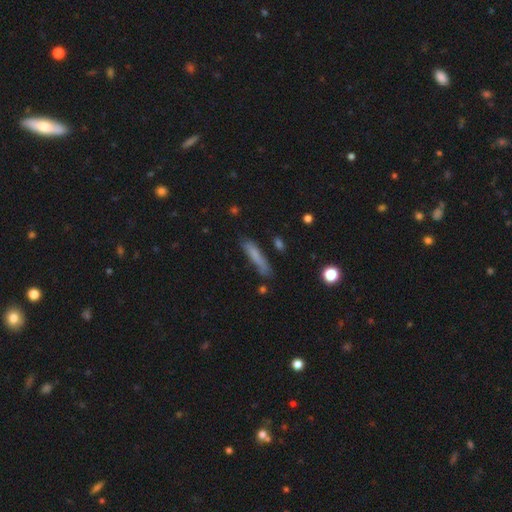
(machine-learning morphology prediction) Overall: smooth (76%). How rounded: cigar-shaped (89%). Merging: none (74%).